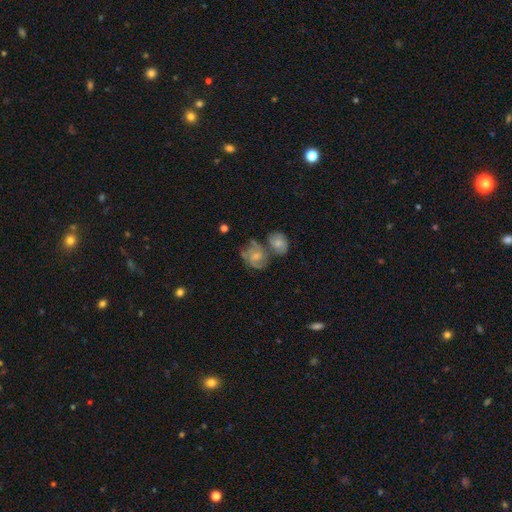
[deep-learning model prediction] This is likely a featured or disk galaxy (72%). It is clearly not viewed edge-on (98%). Bar: likely no (61%). Spiral arm pattern: clearly yes (90%). Spiral arm count: marginally 2 (36%). Spiral winding: possibly medium (48%). Central bulge: possibly small (52%). Merging: marginally merger (41%).